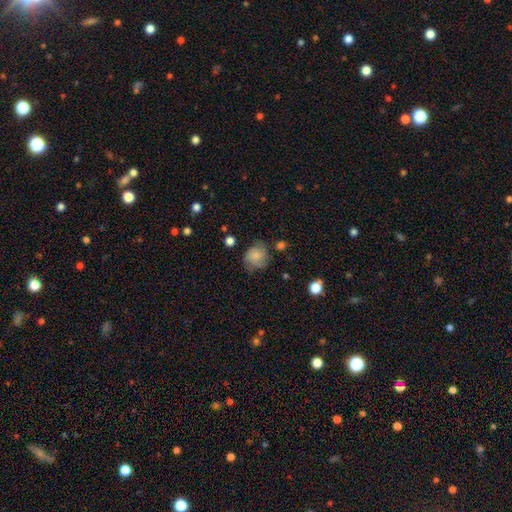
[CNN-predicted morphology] This is likely a smooth galaxy (69%). How rounded: likely round (75%). Merging: likely none (64%).